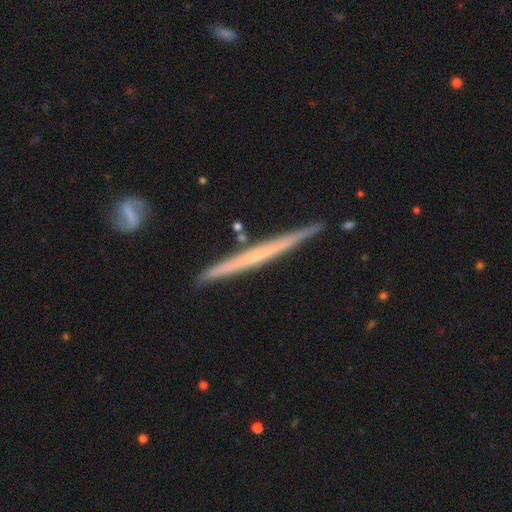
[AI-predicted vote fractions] Smooth or featured? Predicted: featured or disk (p=0.65). Edge-on disk? Predicted: yes (p=0.97). Edge-on bulge? Predicted: none (p=0.83). Merging? Predicted: none (p=0.86).